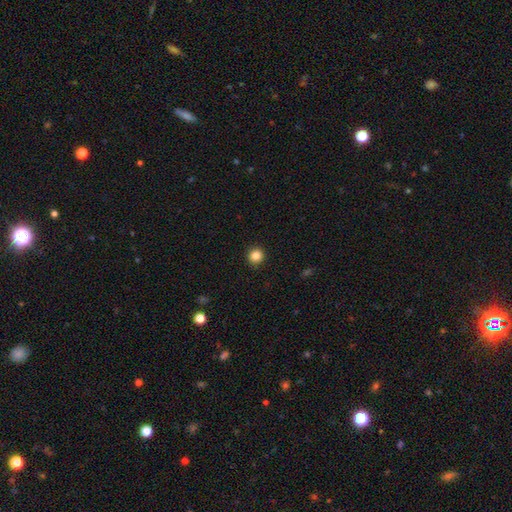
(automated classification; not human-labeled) A smooth galaxy with no disk features (85%) that is round (92%).

Vote fractions:
- Smooth or featured? smooth: 85% / star or artifact: 11% / featured or disk: 4%
- How rounded? round: 92% / in between: 7% / cigar-shaped: 1%
- Merging? none: 93% / minor disturbance: 5% / major disturbance: 2% / merger: 1%